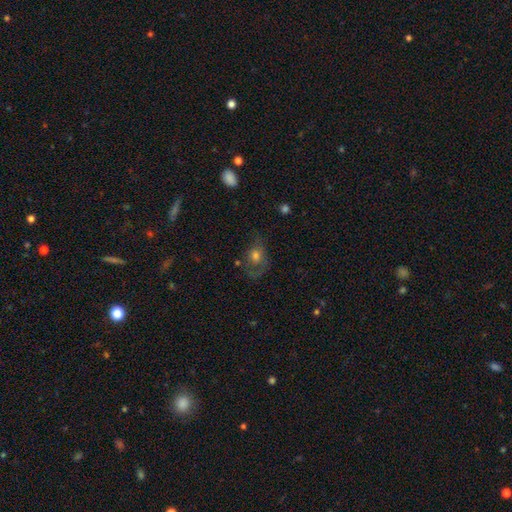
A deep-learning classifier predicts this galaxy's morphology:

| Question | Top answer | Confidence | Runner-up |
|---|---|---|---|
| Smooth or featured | smooth | 57% | featured or disk (30%) |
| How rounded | in between | 51% | round (48%) |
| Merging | none | 47% | minor disturbance (25%) |